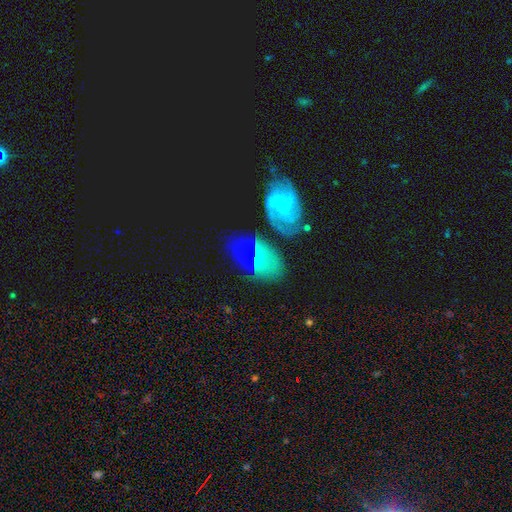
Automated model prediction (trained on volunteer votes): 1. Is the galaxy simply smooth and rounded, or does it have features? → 48% featured or disk, 36% smooth, 16% star or artifact.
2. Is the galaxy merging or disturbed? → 60% none, 20% minor disturbance, 10% major disturbance, 10% merger.